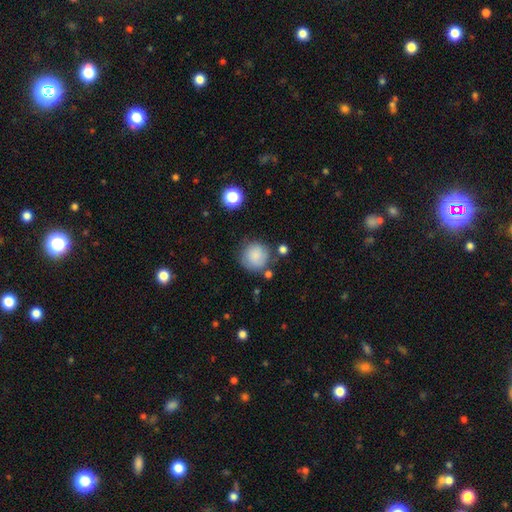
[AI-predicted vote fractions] smooth-or-featured: smooth: 85% | star or artifact: 8% | featured or disk: 7%
  how-rounded: round: 92% | in between: 7% | cigar-shaped: 1%
  merging: none: 74% | minor disturbance: 16% | merger: 6% | major disturbance: 5%